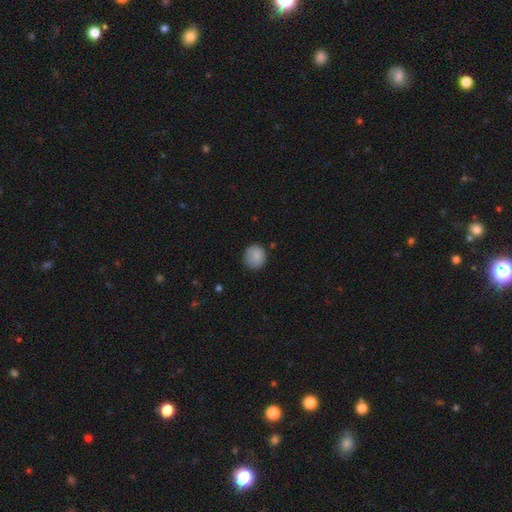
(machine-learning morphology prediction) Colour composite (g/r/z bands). It shows a smooth galaxy with no disk features (87%) that is round (88%). Merging: none (84%).